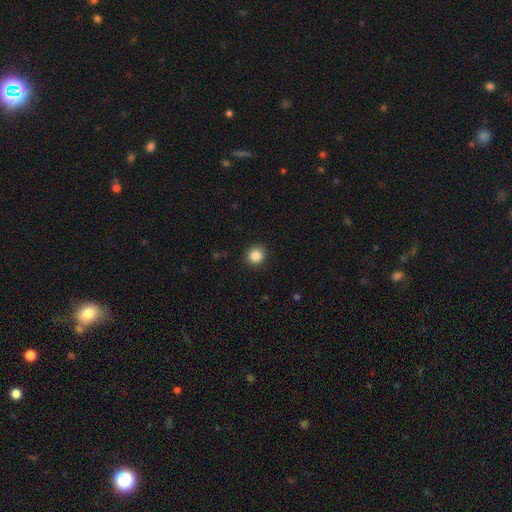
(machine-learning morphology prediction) Smooth or featured? Predicted: smooth (p=0.86). How rounded? Predicted: round (p=0.90). Merging? Predicted: none (p=0.90).